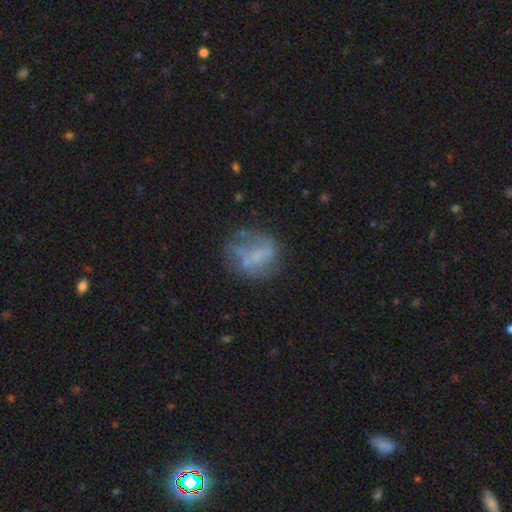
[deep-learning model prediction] This appears to be a featured or disk galaxy (48%). Merging: none (48%).